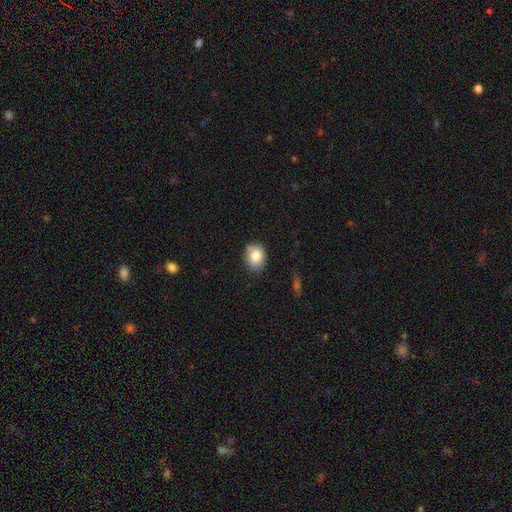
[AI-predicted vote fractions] This is clearly a smooth galaxy (81%). How rounded: possibly round (56%). Merging: likely none (75%).